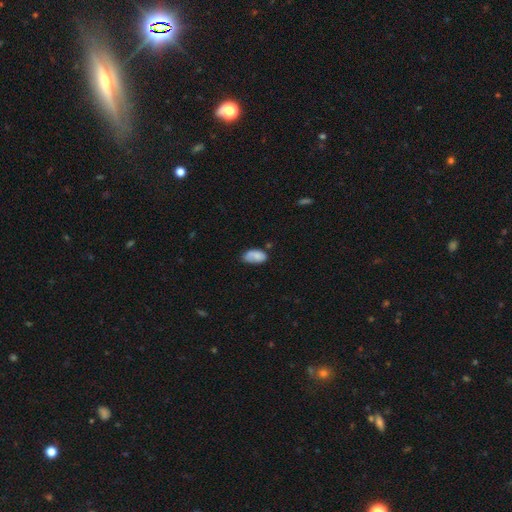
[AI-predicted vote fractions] A smooth galaxy with no disk features (77%) that is in between round and cigar-shaped (93%). Merging: none (56%).